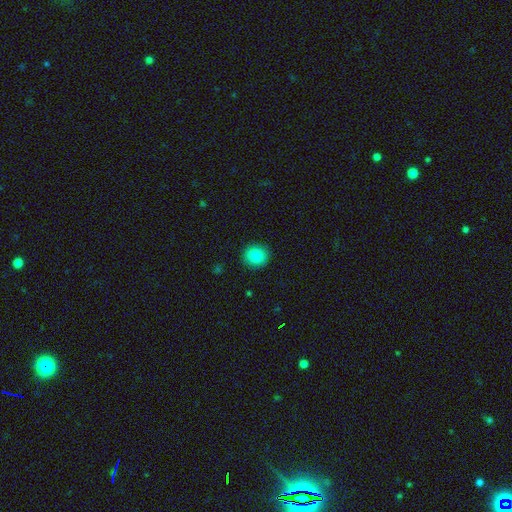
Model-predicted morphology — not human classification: Overall: smooth (84%). How rounded: round (90%). Merging: none (92%).